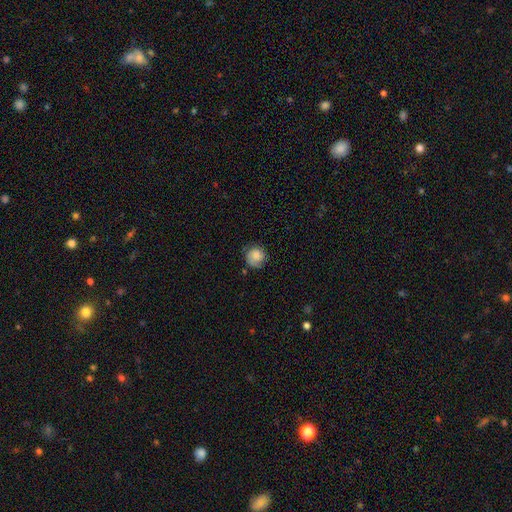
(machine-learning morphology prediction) Overall: smooth (64%; featured or disk 28%). How rounded: round (87%). Merging: none (70%).